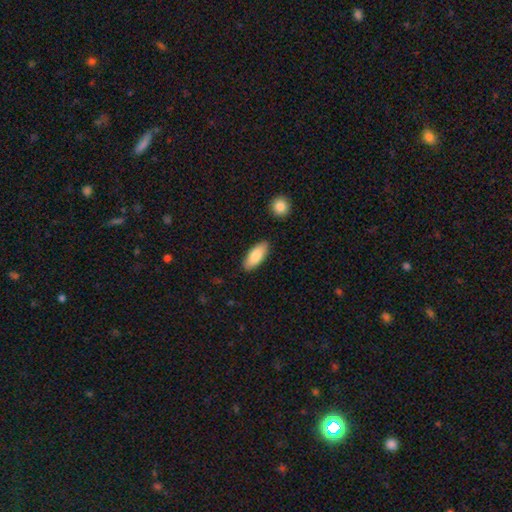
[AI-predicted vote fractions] This is clearly a smooth galaxy (84%). How rounded: clearly in between (82%). Merging: clearly none (87%).